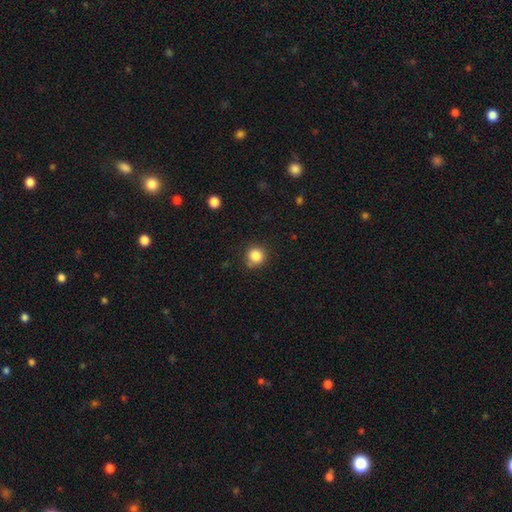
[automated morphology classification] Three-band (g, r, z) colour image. It shows a smooth galaxy with no disk features (84%) that is round (92%). Merging: none (82%).